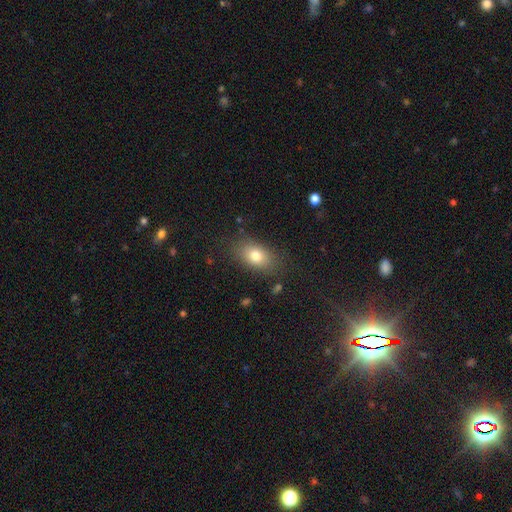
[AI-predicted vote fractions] smooth-or-featured: smooth: 77% | featured or disk: 13% | star or artifact: 10%
  how-rounded: in between: 84% | round: 13% | cigar-shaped: 3%
  merging: none: 81% | minor disturbance: 12% | major disturbance: 5% | merger: 2%